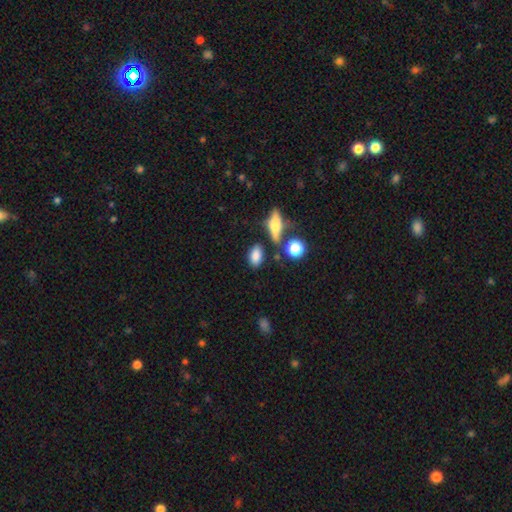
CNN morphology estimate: Q: Smooth or featured?
A: smooth (81%); runner-up: star or artifact (10%)
Q: How rounded?
A: in between (82%); runner-up: round (13%)
Q: Merging?
A: none (75%); runner-up: minor disturbance (13%)